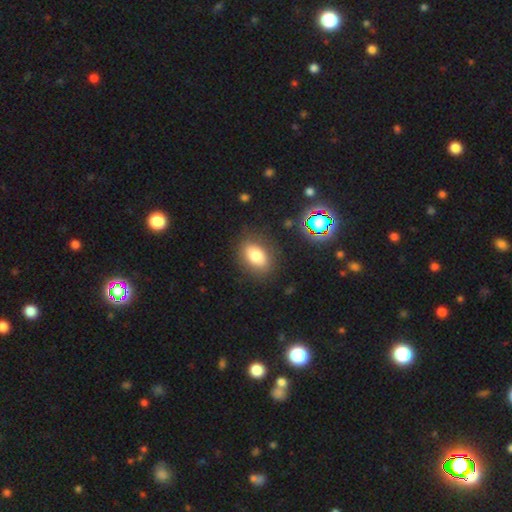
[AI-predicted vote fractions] The model was most divided on "smooth or featured": smooth: 77%, featured or disk: 13%, star or artifact: 11%. More confident: merging — none (83%); how rounded — in between (82%).